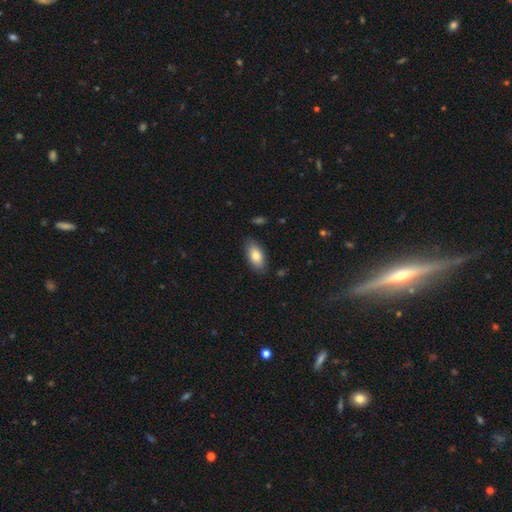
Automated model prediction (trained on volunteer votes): Smooth or featured: smooth — 81% (featured or disk — 13%)
How rounded: in between — 90% (cigar-shaped — 7%)
Merging: none — 84% (minor disturbance — 12%)